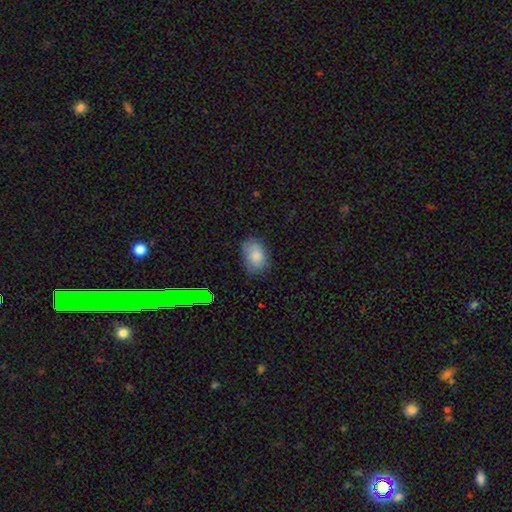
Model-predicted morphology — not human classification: Q: Smooth or featured?
A: smooth (83%); runner-up: star or artifact (9%)
Q: How rounded?
A: in between (83%); runner-up: round (16%)
Q: Merging?
A: none (73%); runner-up: minor disturbance (21%)